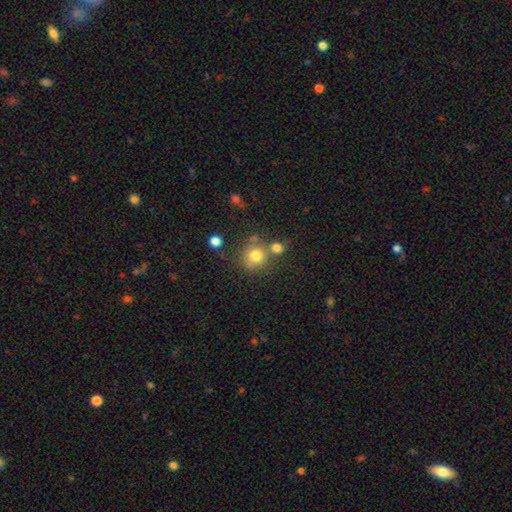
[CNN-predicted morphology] This appears to be a smooth galaxy with no disk features (76%) that is round (89%). Merging: none (63%).